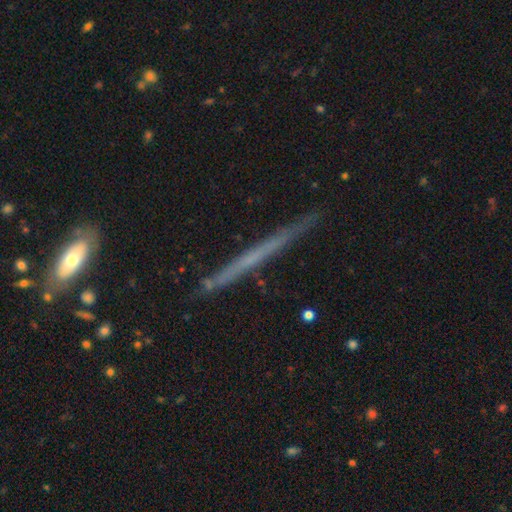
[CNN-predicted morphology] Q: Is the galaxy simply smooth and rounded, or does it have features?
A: featured or disk — 59%.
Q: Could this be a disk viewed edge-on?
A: yes — 96%.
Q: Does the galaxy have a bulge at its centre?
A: none — 86%.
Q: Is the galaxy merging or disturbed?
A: none — 87%.